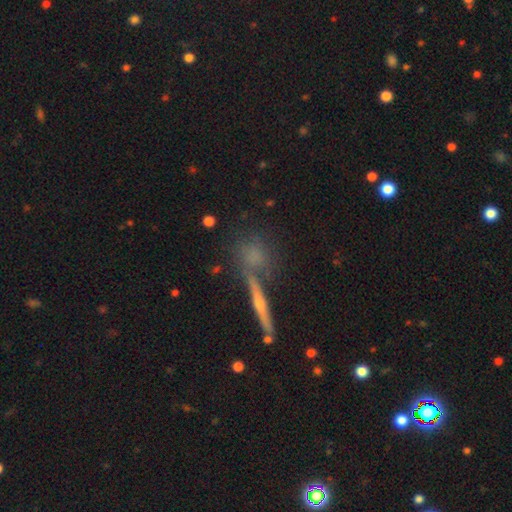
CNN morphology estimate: This appears to be a smooth galaxy with no disk features (47%). Merging: none (71%).